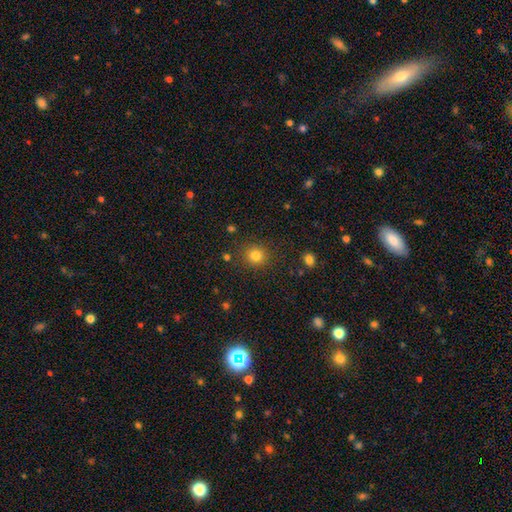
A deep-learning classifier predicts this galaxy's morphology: A smooth galaxy with no disk features (82%) that is round (89%).

Vote fractions:
- Smooth or featured? smooth: 82% / star or artifact: 13% / featured or disk: 5%
- How rounded? round: 89% / in between: 10% / cigar-shaped: 1%
- Merging? none: 88% / minor disturbance: 7% / major disturbance: 3% / merger: 2%